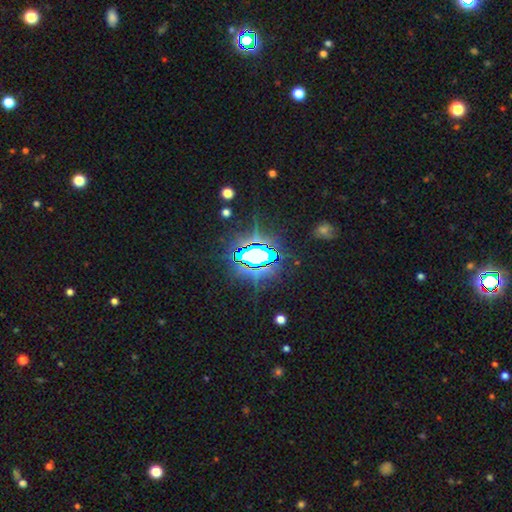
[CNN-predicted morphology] smooth_or_featured: star or artifact (p=0.77) [alt: smooth p=0.12]